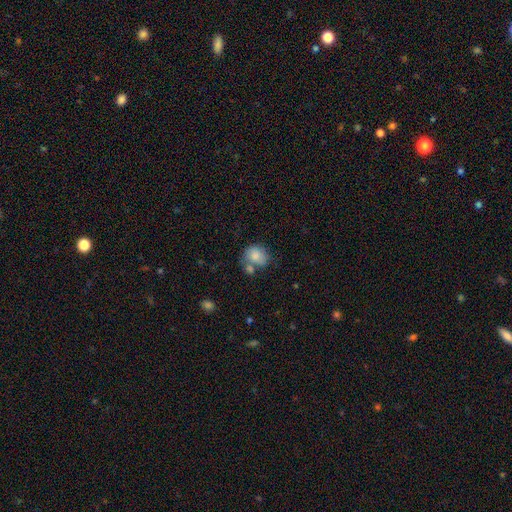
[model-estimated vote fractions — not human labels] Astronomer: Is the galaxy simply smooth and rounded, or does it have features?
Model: smooth — 81%.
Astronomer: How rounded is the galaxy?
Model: round — 62% (runner-up: in between, 37%).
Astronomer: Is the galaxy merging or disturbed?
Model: none — 45% (runner-up: merger, 28%).